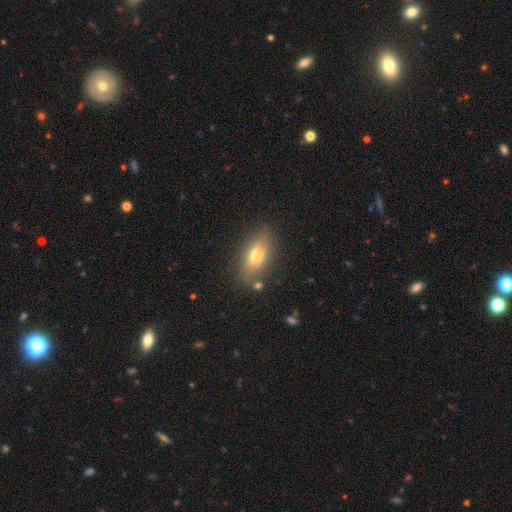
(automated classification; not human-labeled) smooth_or_featured: smooth (p=0.60) [alt: featured or disk p=0.31]
how_rounded: in between (p=0.79) [alt: cigar-shaped p=0.15]
merging: none (p=0.80) [alt: minor disturbance p=0.14]